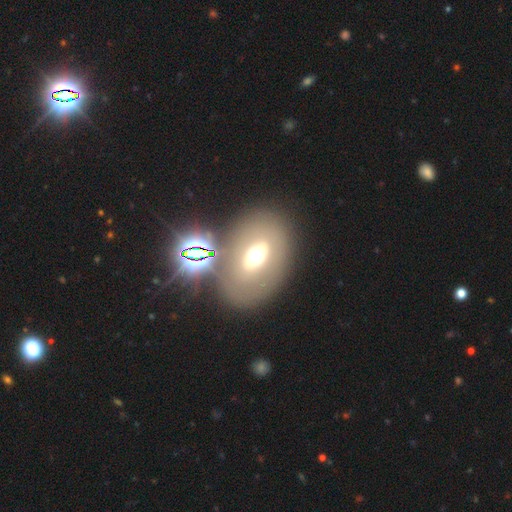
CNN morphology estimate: Smooth or featured: smooth — 50% (featured or disk — 32%)
Merging: none — 63% (merger — 15%)